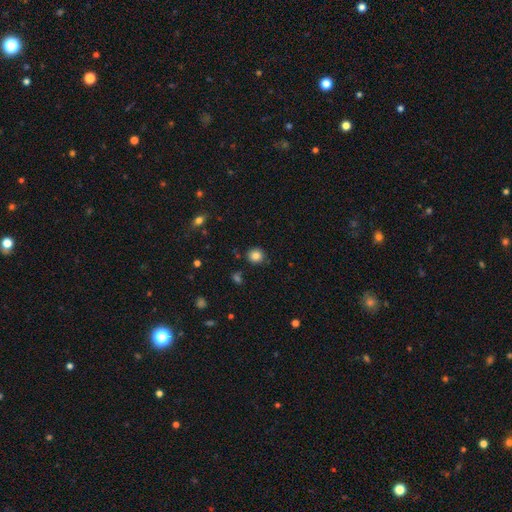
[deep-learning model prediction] This is clearly a smooth galaxy (83%). How rounded: clearly round (91%). Merging: clearly none (88%).